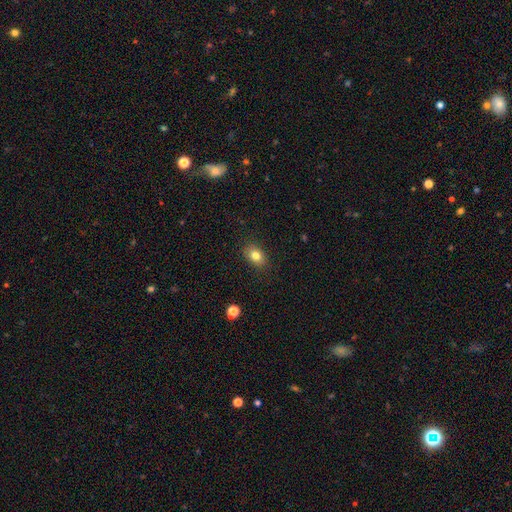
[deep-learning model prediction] smooth_or_featured: smooth (p=0.80) [alt: star or artifact p=0.10]
how_rounded: in between (p=0.77) [alt: round p=0.22]
merging: none (p=0.87) [alt: minor disturbance p=0.10]